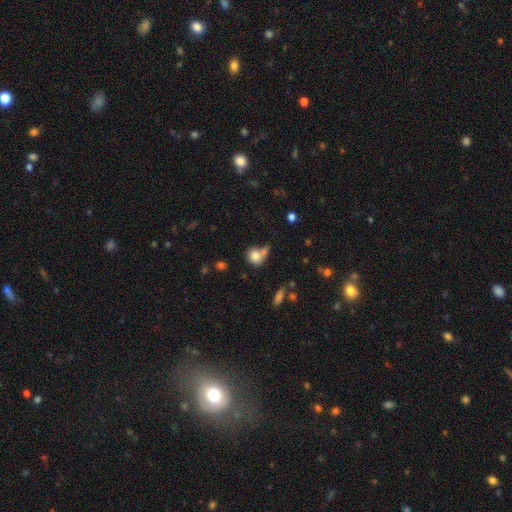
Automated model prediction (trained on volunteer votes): This appears to be a smooth galaxy with no disk features (80%) that is round (68%). Merging: none (42%).